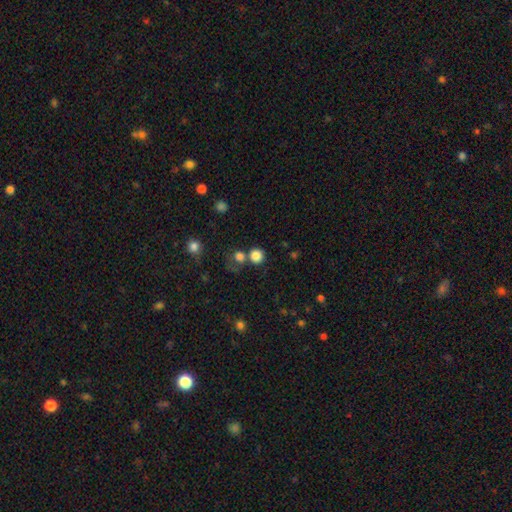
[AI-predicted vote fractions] A smooth galaxy with no disk features (83%) that is round (92%).

Vote fractions:
- Smooth or featured? smooth: 83% / star or artifact: 12% / featured or disk: 5%
- How rounded? round: 92% / in between: 7% / cigar-shaped: 1%
- Merging? none: 67% / merger: 22% / minor disturbance: 8% / major disturbance: 4%